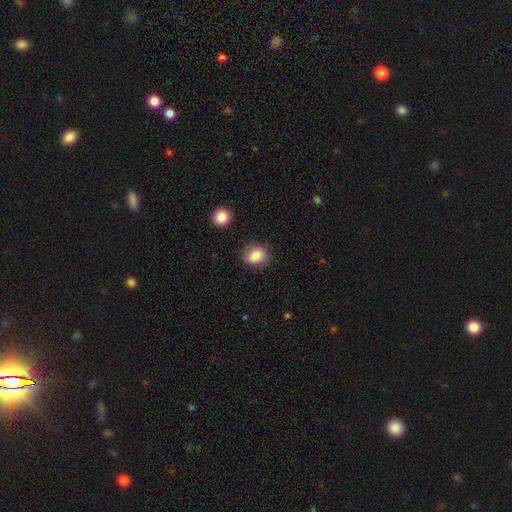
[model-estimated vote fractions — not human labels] smooth_or_featured: smooth (p=0.84) [alt: star or artifact p=0.09]
how_rounded: round (p=0.64) [alt: in between p=0.35]
merging: none (p=0.81) [alt: minor disturbance p=0.13]